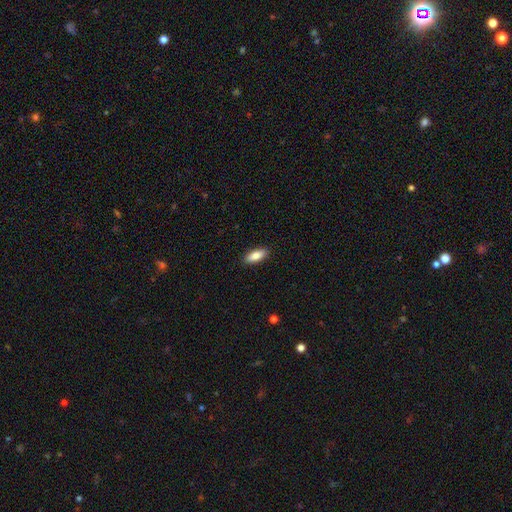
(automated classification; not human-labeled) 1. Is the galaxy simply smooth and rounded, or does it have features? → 84% smooth, 10% featured or disk, 6% star or artifact.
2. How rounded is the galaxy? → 78% in between, 20% cigar-shaped, 2% round.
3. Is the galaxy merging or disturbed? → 90% none, 8% minor disturbance, 2% major disturbance, 1% merger.